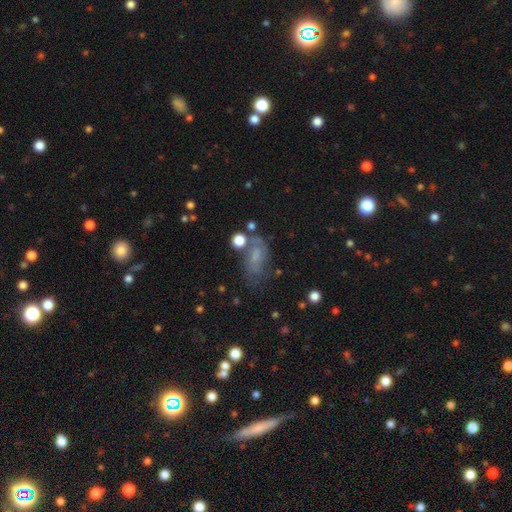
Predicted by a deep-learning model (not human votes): smooth_or_featured: smooth (p=0.51) [alt: featured or disk p=0.33]
how_rounded: in between (p=0.84) [alt: round p=0.09]
merging: none (p=0.47) [alt: minor disturbance p=0.26]